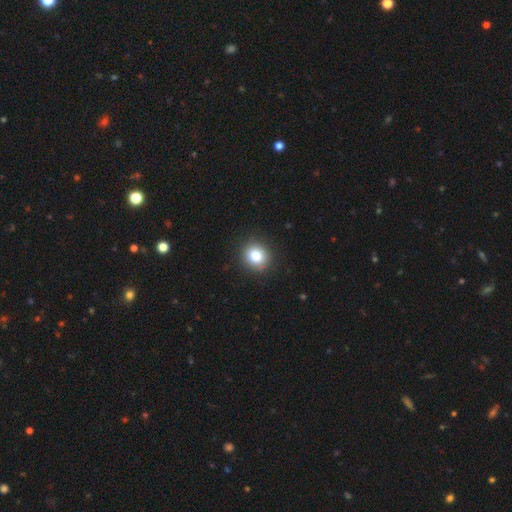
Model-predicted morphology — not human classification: Smooth or featured? smooth (84%)
How rounded? round (78%)
Merging? none (87%)